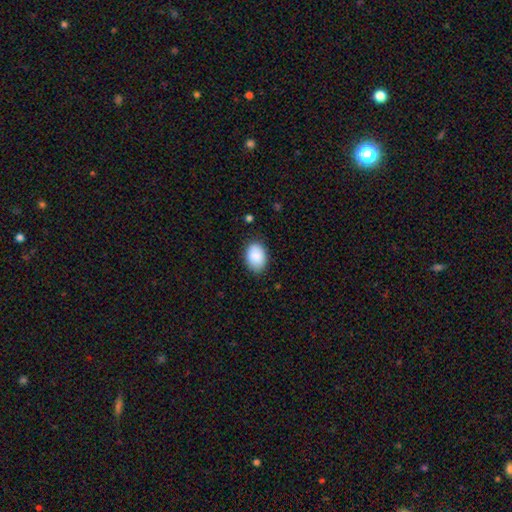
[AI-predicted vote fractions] The model was most divided on "how rounded": in between: 82%, round: 17%, cigar-shaped: 1%. More confident: smooth or featured — smooth (89%); merging — none (82%).